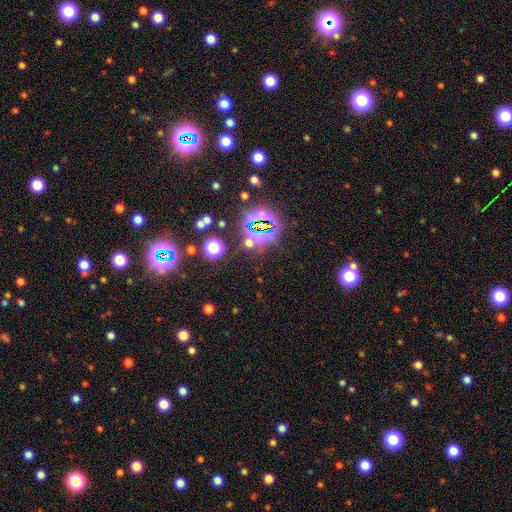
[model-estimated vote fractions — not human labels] smooth-or-featured: star or artifact: 78% | smooth: 14% | featured or disk: 8%